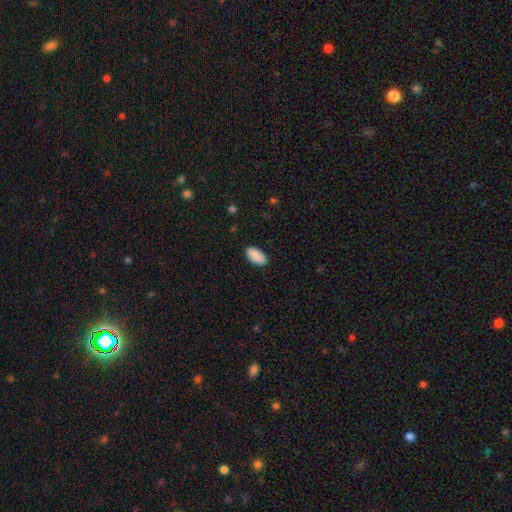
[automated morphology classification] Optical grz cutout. It shows a smooth galaxy with no disk features (90%) that is in between round and cigar-shaped (94%). Merging: none (86%).